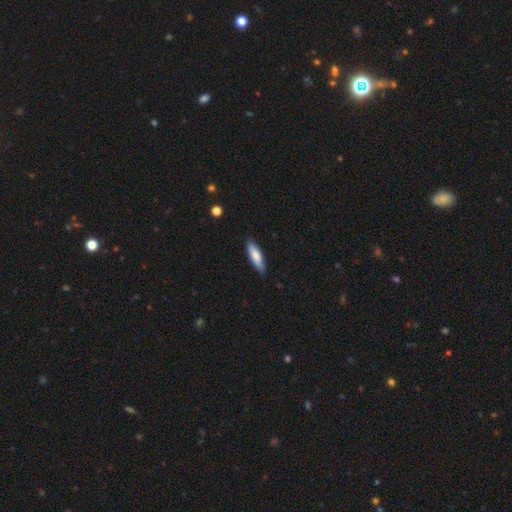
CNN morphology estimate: smooth 77%, featured or disk 17%, star or artifact 5%. Down the decision tree: how rounded — cigar-shaped (56%); merging — none (84%).